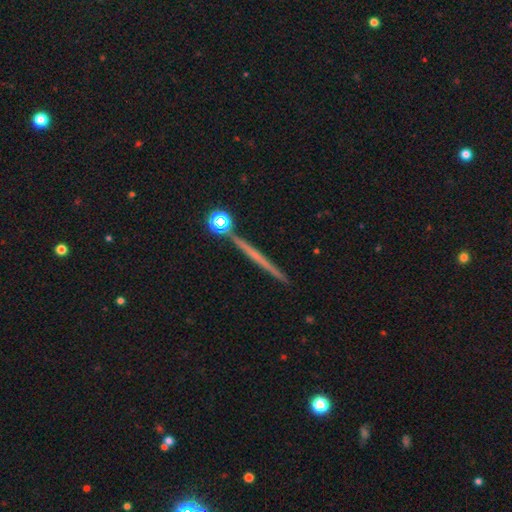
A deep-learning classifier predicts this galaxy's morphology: A featured or disk galaxy (57%) viewed edge-on (97%) with no central bulge (87%).

Vote fractions:
- Smooth or featured? featured or disk: 57% / smooth: 35% / star or artifact: 8%
- Edge-on disk? yes: 97% / no: 3%
- Edge-on bulge? none: 87% / rounded: 9% / boxy: 4%
- Merging? none: 89% / minor disturbance: 6% / merger: 3% / major disturbance: 2%